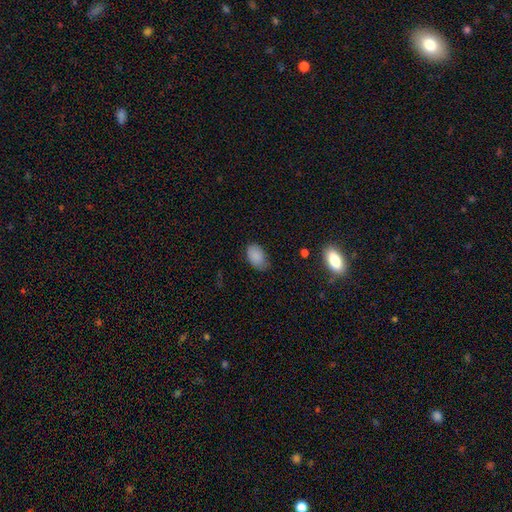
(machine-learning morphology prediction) A smooth galaxy with no disk features (86%) that is in between round and cigar-shaped (91%). Merging: none (67%).